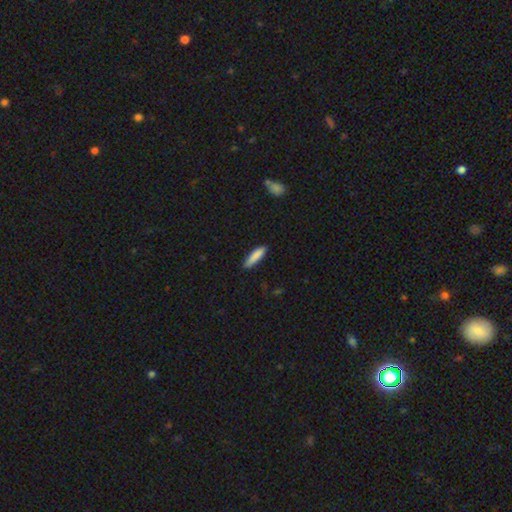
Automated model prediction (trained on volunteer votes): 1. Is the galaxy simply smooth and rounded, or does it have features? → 86% smooth, 8% featured or disk, 6% star or artifact.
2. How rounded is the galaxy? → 77% cigar-shaped, 22% in between, 1% round.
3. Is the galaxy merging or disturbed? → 86% none, 11% minor disturbance, 2% major disturbance, 1% merger.